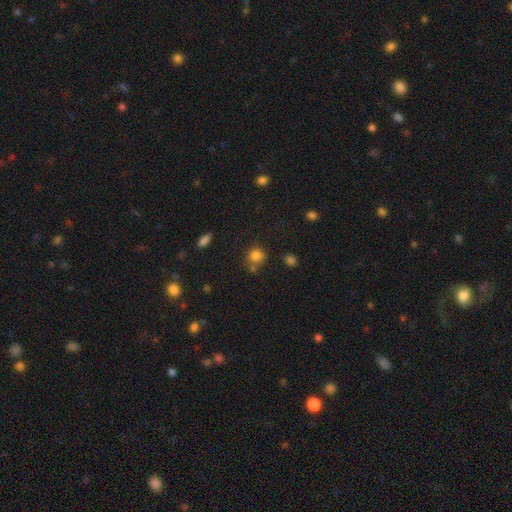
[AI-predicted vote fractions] smooth-or-featured: smooth: 81% | star or artifact: 13% | featured or disk: 6%
  how-rounded: round: 82% | in between: 17% | cigar-shaped: 1%
  merging: none: 62% | merger: 17% | minor disturbance: 15% | major disturbance: 5%